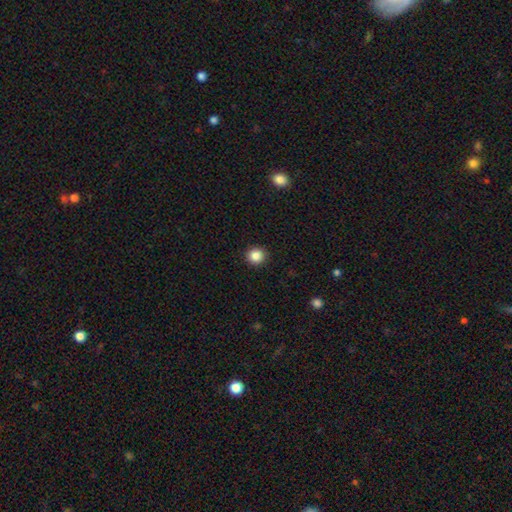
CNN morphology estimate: Q: Smooth or featured?
A: smooth (86%); runner-up: star or artifact (10%)
Q: How rounded?
A: round (92%); runner-up: in between (7%)
Q: Merging?
A: none (92%); runner-up: minor disturbance (5%)